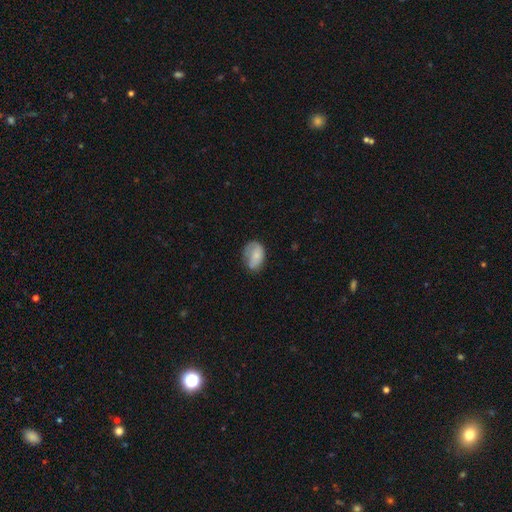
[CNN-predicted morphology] A smooth galaxy with no disk features (72%) that is in between round and cigar-shaped (80%).

Vote fractions:
- Smooth or featured? smooth: 72% / featured or disk: 20% / star or artifact: 8%
- How rounded? in between: 80% / round: 19% / cigar-shaped: 1%
- Merging? none: 47% / minor disturbance: 35% / major disturbance: 15% / merger: 3%